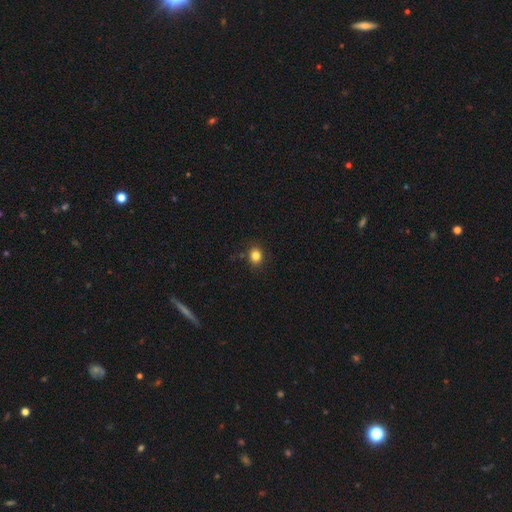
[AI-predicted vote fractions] A smooth galaxy with no disk features (83%) that is round (70%).

Vote fractions:
- Smooth or featured? smooth: 83% / star or artifact: 12% / featured or disk: 5%
- How rounded? round: 70% / in between: 30% / cigar-shaped: 1%
- Merging? none: 86% / minor disturbance: 10% / major disturbance: 2% / merger: 2%